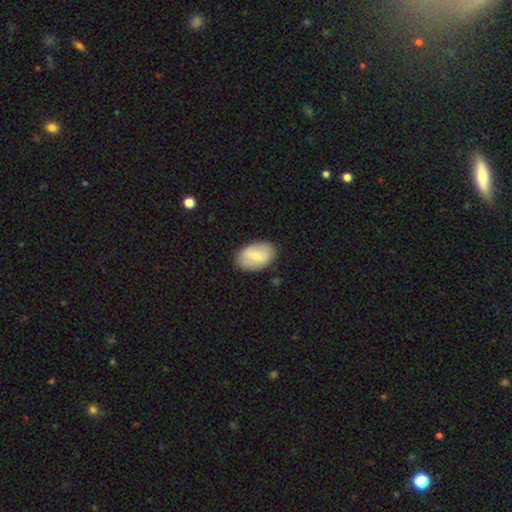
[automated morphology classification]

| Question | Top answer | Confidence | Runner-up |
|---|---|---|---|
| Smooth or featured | smooth | 56% | featured or disk (38%) |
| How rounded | in between | 85% | round (14%) |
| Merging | none | 83% | minor disturbance (12%) |